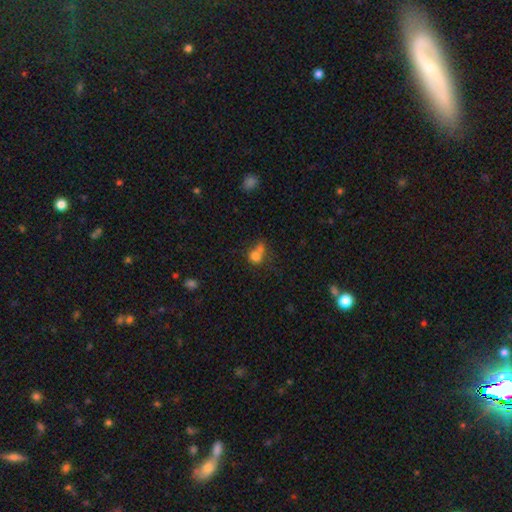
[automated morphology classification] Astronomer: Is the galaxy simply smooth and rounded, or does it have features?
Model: smooth — 73%.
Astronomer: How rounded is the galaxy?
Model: round — 58% (runner-up: in between, 40%).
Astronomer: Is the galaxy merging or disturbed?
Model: merger — 46% (runner-up: none, 29%).